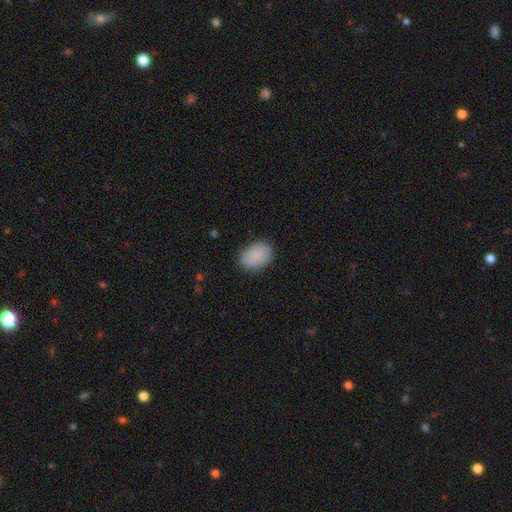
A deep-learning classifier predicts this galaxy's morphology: Smooth or featured: smooth — 88% (star or artifact — 7%)
How rounded: in between — 81% (round — 18%)
Merging: none — 84% (minor disturbance — 12%)